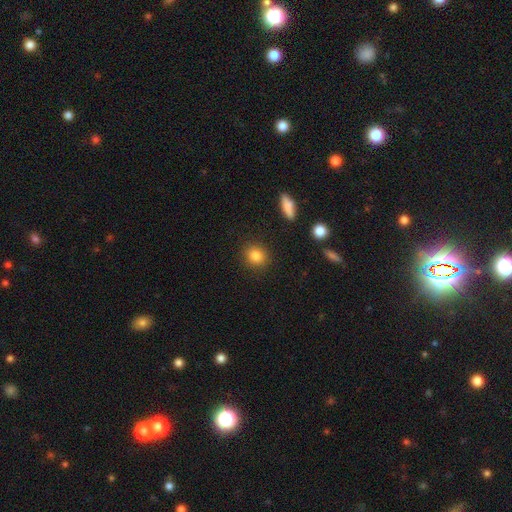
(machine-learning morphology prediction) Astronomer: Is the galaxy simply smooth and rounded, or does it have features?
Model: smooth — 85%.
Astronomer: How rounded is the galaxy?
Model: round — 76%.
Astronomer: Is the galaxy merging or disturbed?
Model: none — 89%.